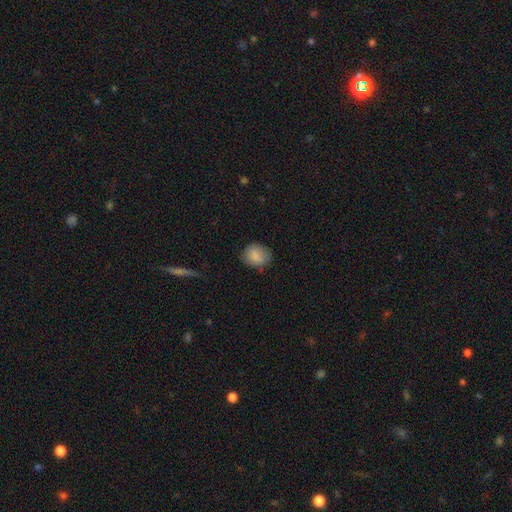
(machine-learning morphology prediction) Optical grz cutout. It shows a smooth galaxy with no disk features (84%) that is round (59%). Merging: none (71%).